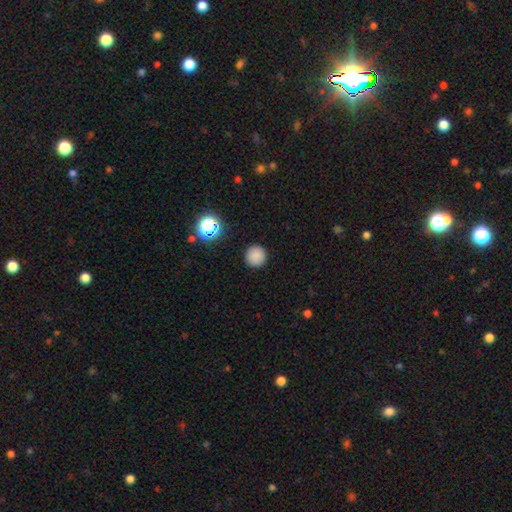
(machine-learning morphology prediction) smooth 84%, star or artifact 12%, featured or disk 4%. Down the decision tree: how rounded — round (96%); merging — none (92%).